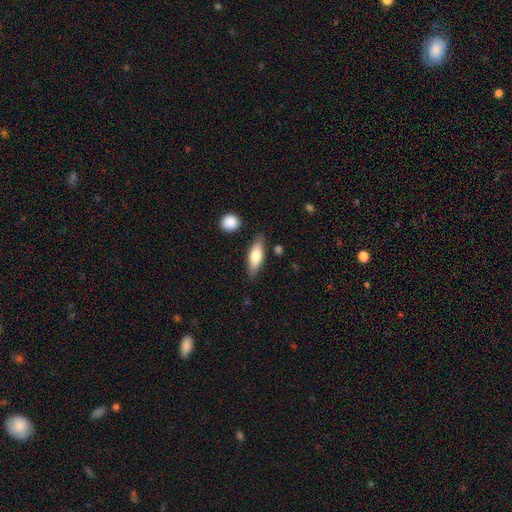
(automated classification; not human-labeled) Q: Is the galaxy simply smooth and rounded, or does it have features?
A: smooth — 65%.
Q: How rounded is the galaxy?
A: in between — 57%.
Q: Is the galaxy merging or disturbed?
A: none — 81%.